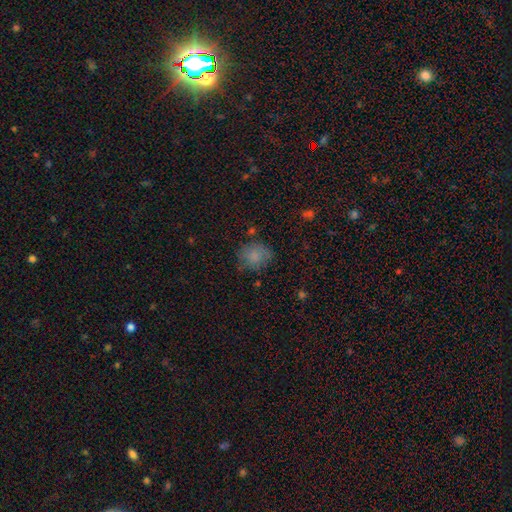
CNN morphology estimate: type=smooth (78%); roundness=round (72%); merging=none (65%).